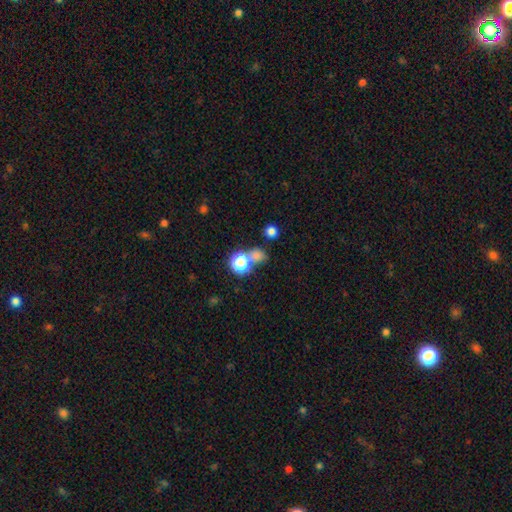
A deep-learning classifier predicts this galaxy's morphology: A smooth galaxy with no disk features (66%) that is round (79%). Merging: none (54%).